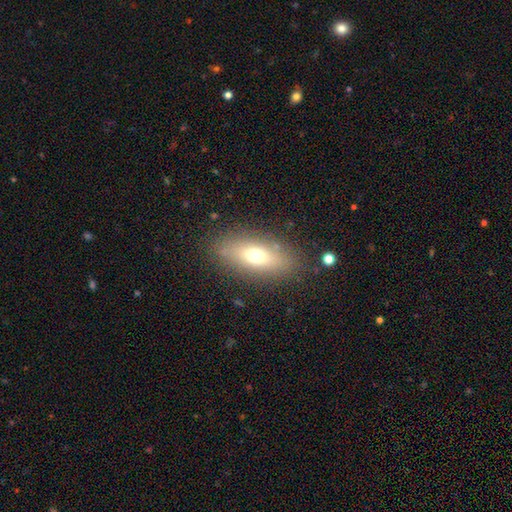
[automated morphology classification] smooth-or-featured: smooth: 65% | featured or disk: 25% | star or artifact: 10%
  how-rounded: in between: 74% | cigar-shaped: 20% | round: 5%
  merging: none: 83% | minor disturbance: 11% | major disturbance: 4% | merger: 2%